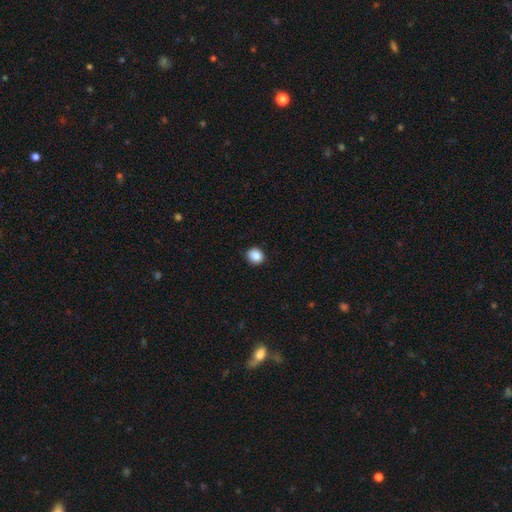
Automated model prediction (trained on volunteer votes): This is clearly a smooth galaxy (87%). How rounded: clearly round (81%). Merging: clearly none (90%).